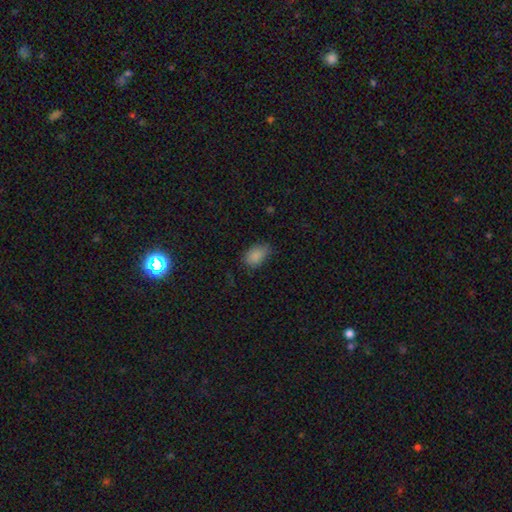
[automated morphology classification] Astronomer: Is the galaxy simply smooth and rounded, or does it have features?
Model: smooth — 87%.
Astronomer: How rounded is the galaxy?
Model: in between — 90%.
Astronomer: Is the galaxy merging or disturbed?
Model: none — 71%.